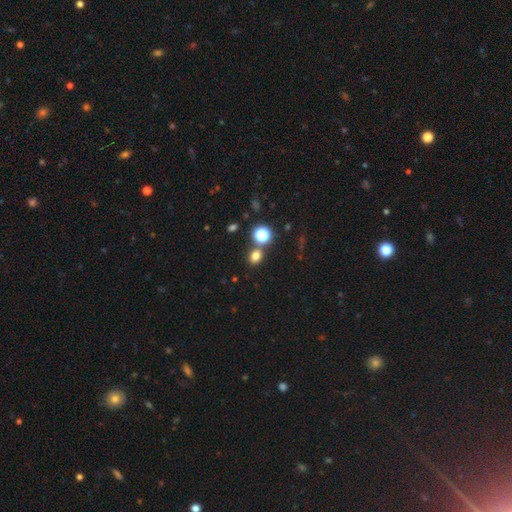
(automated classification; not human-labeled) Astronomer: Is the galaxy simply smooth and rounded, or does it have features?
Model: smooth — 75%.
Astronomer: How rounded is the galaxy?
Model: round — 59% (runner-up: in between, 40%).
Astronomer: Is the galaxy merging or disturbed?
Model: none — 74%.